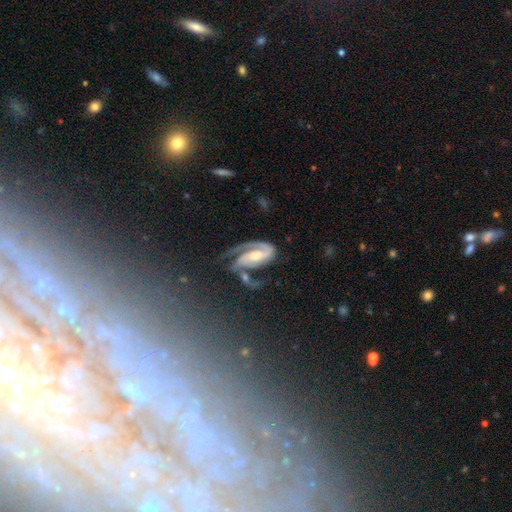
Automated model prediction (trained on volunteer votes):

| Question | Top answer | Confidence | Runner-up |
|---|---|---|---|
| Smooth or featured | featured or disk | 87% | smooth (8%) |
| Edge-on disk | no | 97% | yes (3%) |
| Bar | weak | 37% | no (35%) |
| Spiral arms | yes | 96% | no (4%) |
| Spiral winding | medium | 45% | tight (35%) |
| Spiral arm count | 2 | 64% | 1 (27%) |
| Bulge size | moderate | 53% | small (29%) |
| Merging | none | 34% | major disturbance (33%) |